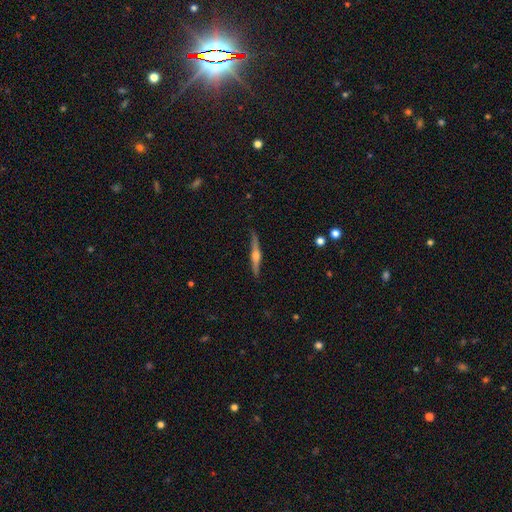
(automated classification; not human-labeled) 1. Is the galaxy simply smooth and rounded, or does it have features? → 78% featured or disk, 17% smooth, 5% star or artifact.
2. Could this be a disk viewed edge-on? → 98% yes, 2% no.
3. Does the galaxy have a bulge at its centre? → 93% rounded, 4% boxy, 3% none.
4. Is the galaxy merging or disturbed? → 87% none, 10% minor disturbance, 2% major disturbance, 1% merger.